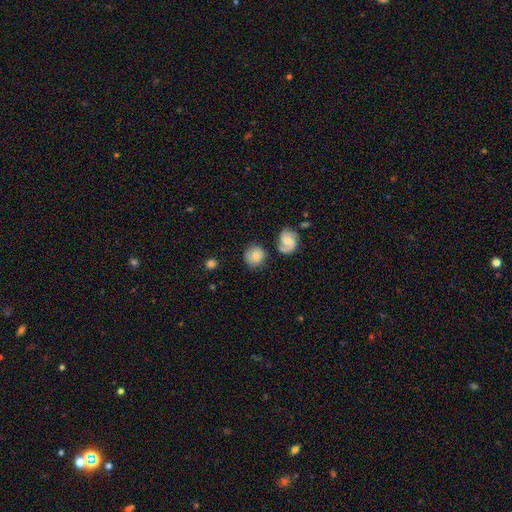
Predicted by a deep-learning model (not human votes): A smooth galaxy with no disk features (68%) that is round (86%).

Vote fractions:
- Smooth or featured? smooth: 68% / featured or disk: 24% / star or artifact: 8%
- How rounded? round: 86% / in between: 13% / cigar-shaped: 1%
- Merging? none: 69% / minor disturbance: 15% / merger: 11% / major disturbance: 5%